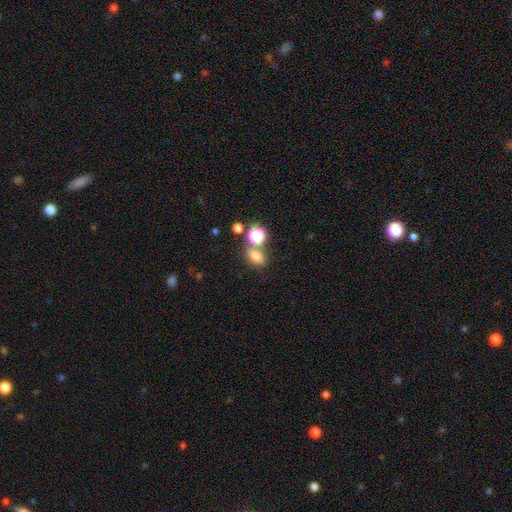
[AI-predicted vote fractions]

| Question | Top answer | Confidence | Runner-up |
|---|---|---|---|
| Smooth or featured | smooth | 73% | star or artifact (18%) |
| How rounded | in between | 66% | round (32%) |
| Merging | none | 62% | merger (22%) |